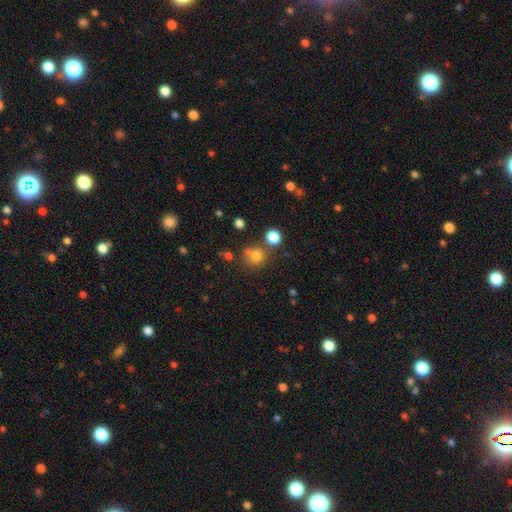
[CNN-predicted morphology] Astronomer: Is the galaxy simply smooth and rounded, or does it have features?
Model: smooth — 76%.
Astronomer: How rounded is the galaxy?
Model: round — 88%.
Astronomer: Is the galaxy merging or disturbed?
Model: none — 69%.